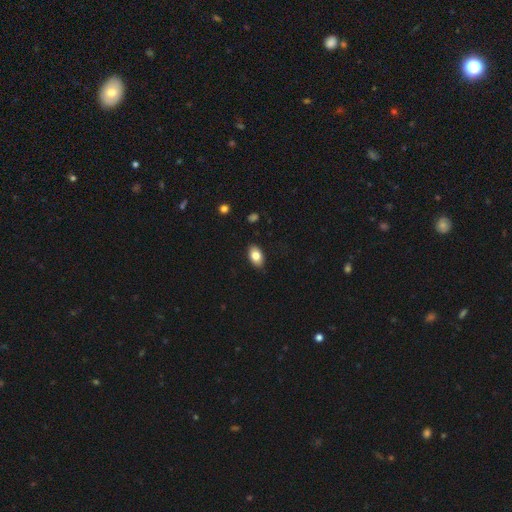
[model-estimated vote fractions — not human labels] Overall: smooth (82%). How rounded: in between (91%). Merging: none (87%).